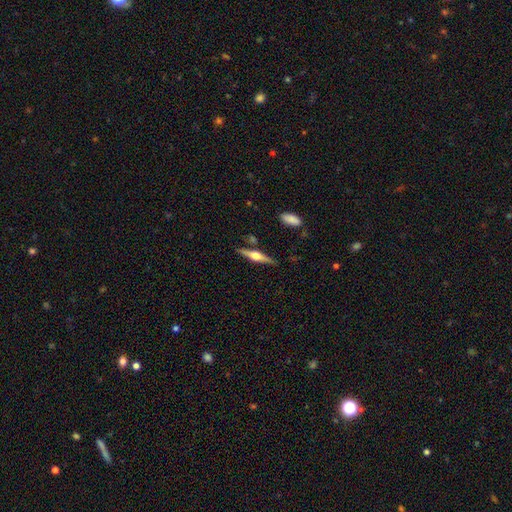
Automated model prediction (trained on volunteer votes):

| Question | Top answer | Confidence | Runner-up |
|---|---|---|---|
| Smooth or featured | featured or disk | 74% | smooth (21%) |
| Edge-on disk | yes | 98% | no (2%) |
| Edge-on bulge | rounded | 93% | boxy (5%) |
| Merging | none | 85% | minor disturbance (9%) |